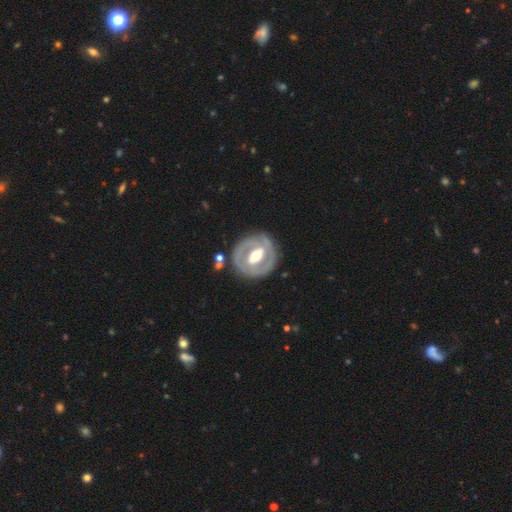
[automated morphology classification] This appears to be a featured or disk galaxy (74%) with a strong bar (46%), no spiral arms (56%) and a moderate central bulge (69%). Merging: none (76%).